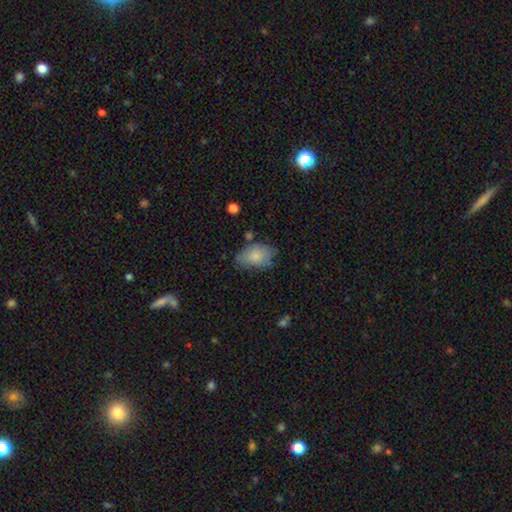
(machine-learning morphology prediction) This appears to be a smooth galaxy with no disk features (80%) that is in between round and cigar-shaped (87%). Merging: none (59%).